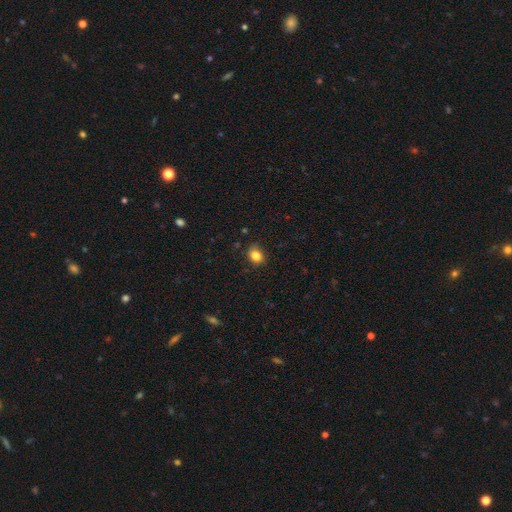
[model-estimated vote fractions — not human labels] Overall: smooth (84%). How rounded: in between (55%; round 44%). Merging: none (74%).